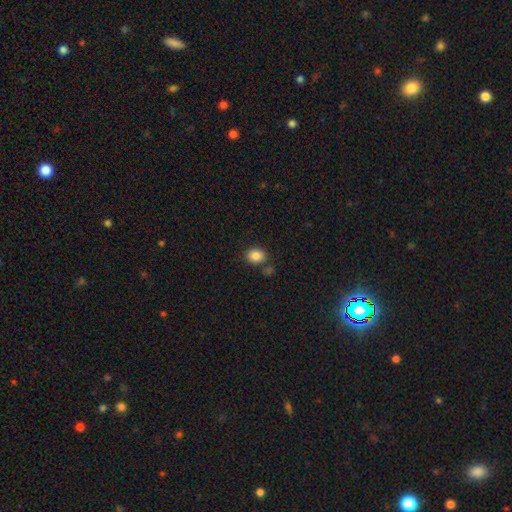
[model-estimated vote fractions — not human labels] smooth 86%, star or artifact 9%, featured or disk 5%. Down the decision tree: how rounded — round (52%); merging — none (77%).